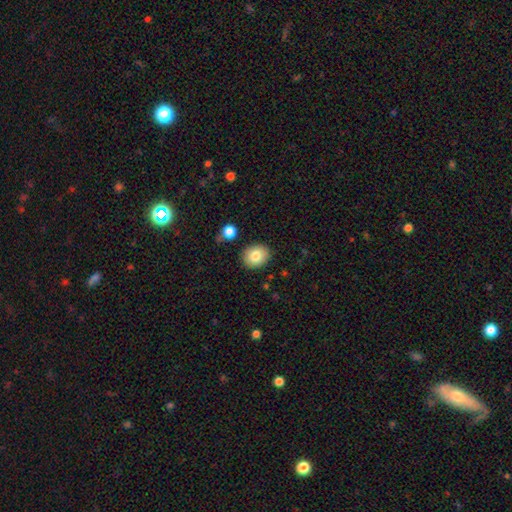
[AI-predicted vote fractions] Morphology: type=smooth (82%); roundness=round (53%); merging=none (86%).